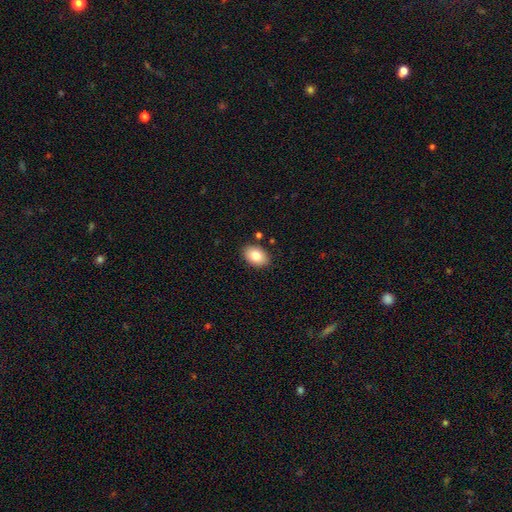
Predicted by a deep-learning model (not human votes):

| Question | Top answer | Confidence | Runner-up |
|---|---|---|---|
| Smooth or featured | smooth | 83% | featured or disk (10%) |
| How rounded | in between | 84% | round (15%) |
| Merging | none | 86% | minor disturbance (10%) |